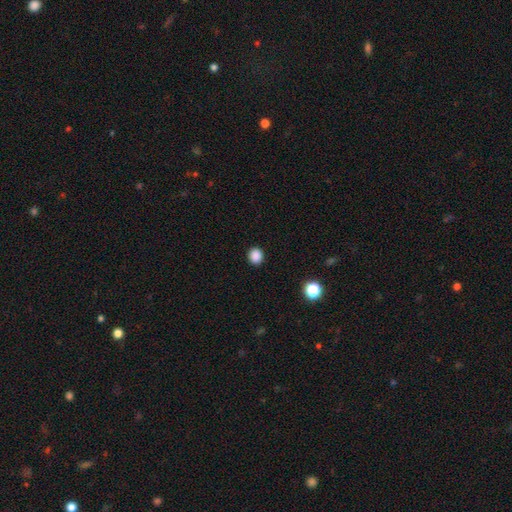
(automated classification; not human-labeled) The model was most divided on "how rounded": round: 76%, in between: 23%, cigar-shaped: 1%. More confident: merging — none (91%); smooth or featured — smooth (87%).